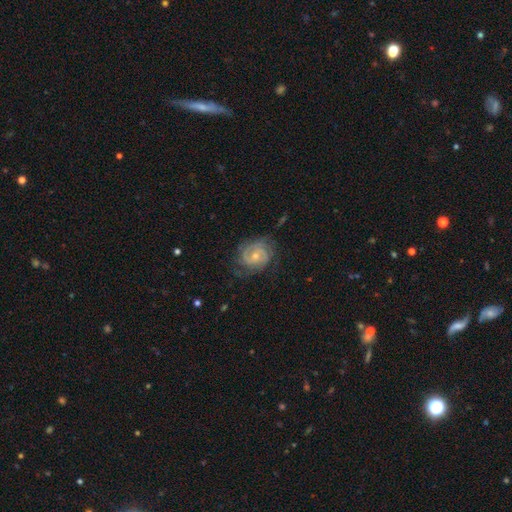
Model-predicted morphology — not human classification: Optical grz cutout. It shows a featured or disk galaxy (86%) with no bar (62%), 2 (58%) tight (63%) spiral arms (96%) and a small central bulge (56%). Merging: none (69%).